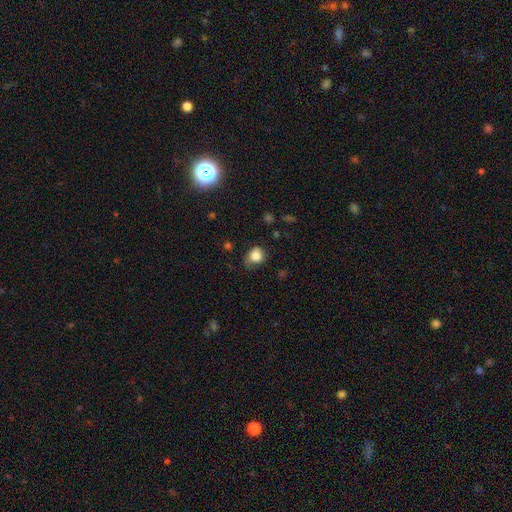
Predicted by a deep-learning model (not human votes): Smooth or featured? smooth (83%)
How rounded? round (61%)
Merging? none (56%)